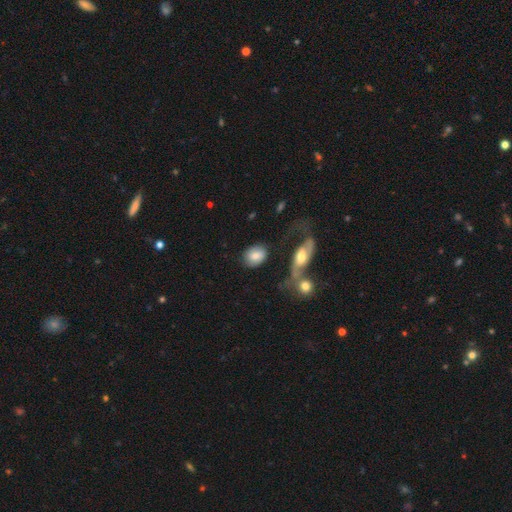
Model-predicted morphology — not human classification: This appears to be a smooth galaxy with no disk features (76%) that is in between round and cigar-shaped (64%). Merging: none (67%).